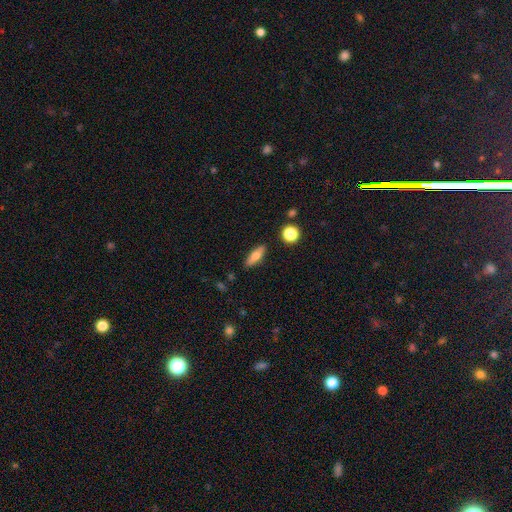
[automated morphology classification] Smooth or featured? Predicted: smooth (p=0.67). How rounded? Predicted: in between (p=0.51). Merging? Predicted: none (p=0.87).